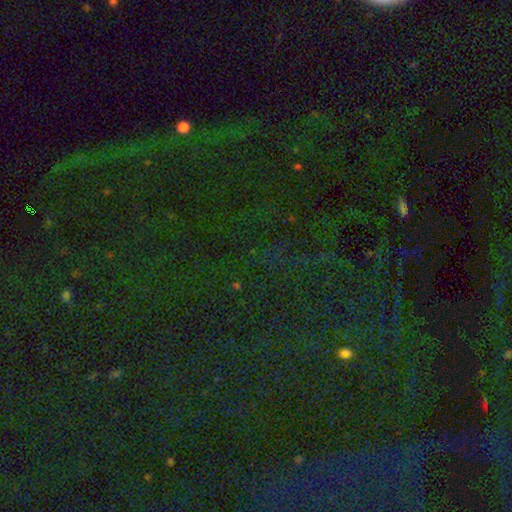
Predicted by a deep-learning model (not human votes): star or artifact 81%, smooth 10%, featured or disk 8%.